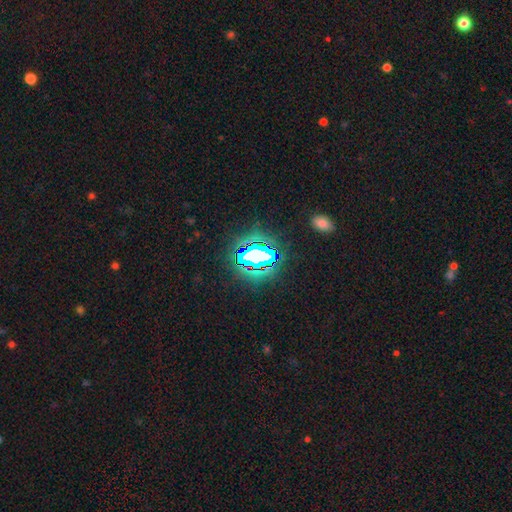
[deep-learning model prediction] Q: Smooth or featured?
A: star or artifact (67%); runner-up: smooth (20%)